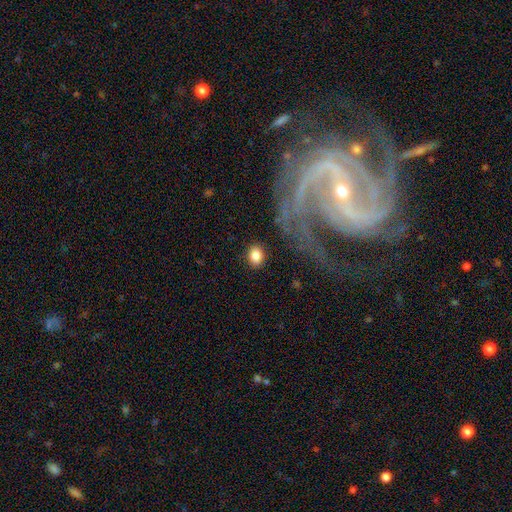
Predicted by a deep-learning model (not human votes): A smooth galaxy with no disk features (84%) that is in between round and cigar-shaped (53%). Merging: none (87%).